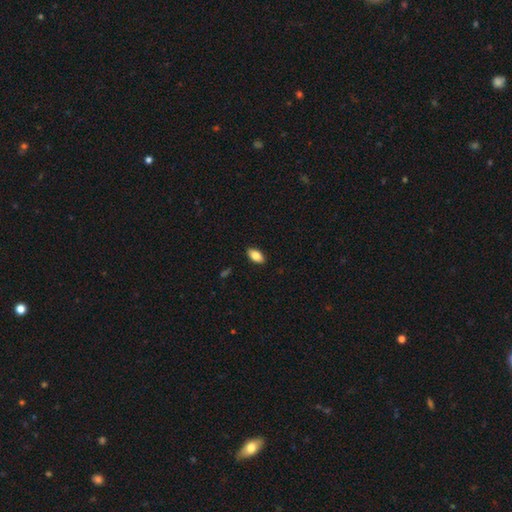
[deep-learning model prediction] smooth_or_featured: smooth (p=0.81) [alt: featured or disk p=0.12]
how_rounded: in between (p=0.91) [alt: cigar-shaped p=0.05]
merging: none (p=0.90) [alt: minor disturbance p=0.08]